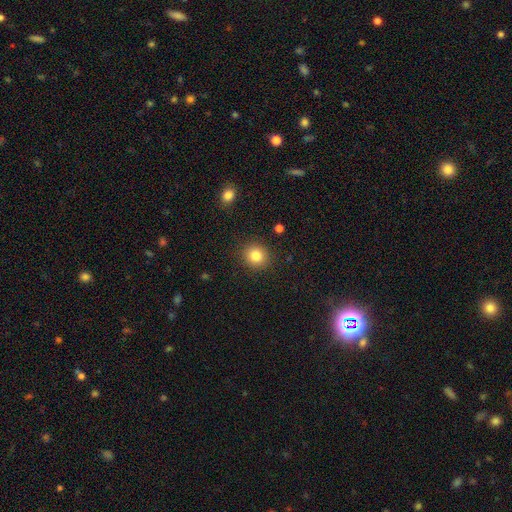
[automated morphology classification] Overall: smooth (82%). How rounded: round (86%). Merging: none (90%).